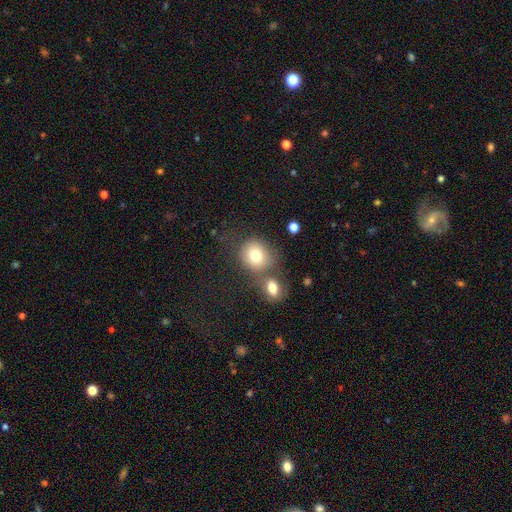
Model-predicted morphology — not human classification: Q: Smooth or featured?
A: smooth (78%); runner-up: featured or disk (12%)
Q: How rounded?
A: round (76%); runner-up: in between (23%)
Q: Merging?
A: none (54%); runner-up: merger (29%)